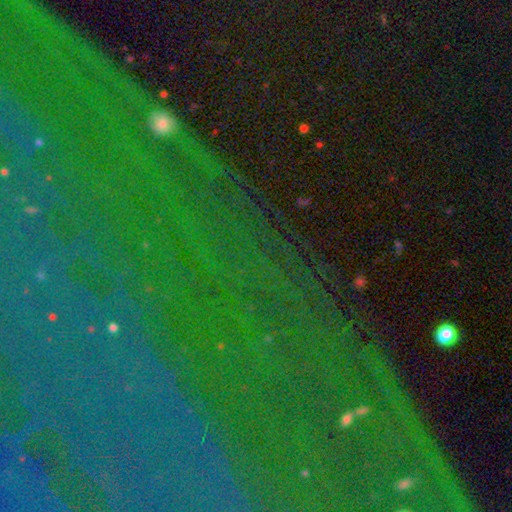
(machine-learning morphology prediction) Q: Smooth or featured?
A: star or artifact (81%); runner-up: smooth (10%)